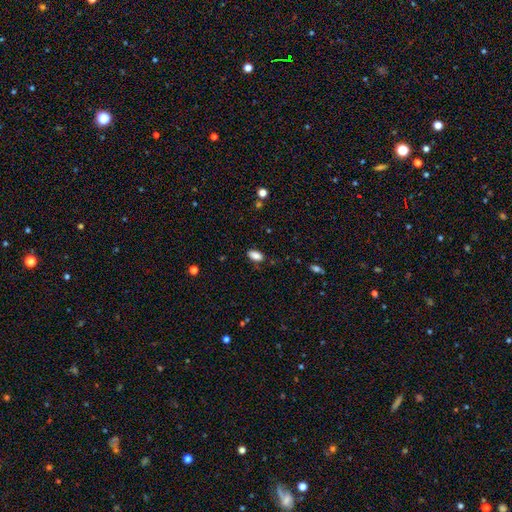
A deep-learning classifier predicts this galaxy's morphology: The model was most divided on "merging": none: 81%, minor disturbance: 14%, major disturbance: 3%, merger: 2%. More confident: how rounded — in between (92%); smooth or featured — smooth (86%).